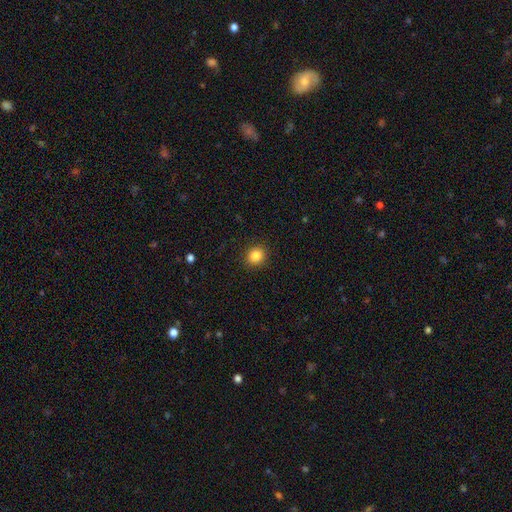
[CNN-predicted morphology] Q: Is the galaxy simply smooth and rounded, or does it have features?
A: smooth — 85%.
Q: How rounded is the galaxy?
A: round — 83%.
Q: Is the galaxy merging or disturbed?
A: none — 91%.